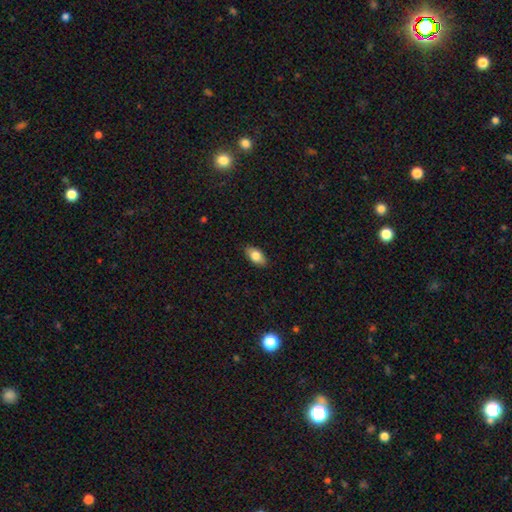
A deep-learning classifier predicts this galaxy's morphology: smooth_or_featured: smooth (p=0.80) [alt: featured or disk p=0.13]
how_rounded: in between (p=0.92) [alt: round p=0.04]
merging: none (p=0.87) [alt: minor disturbance p=0.10]